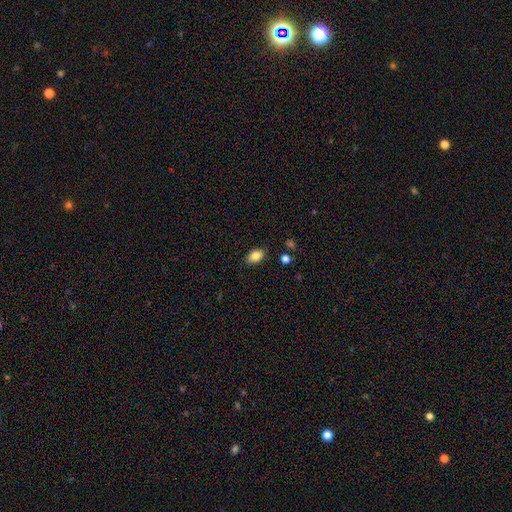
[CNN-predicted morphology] type=smooth (84%); roundness=in between (86%); merging=none (85%).